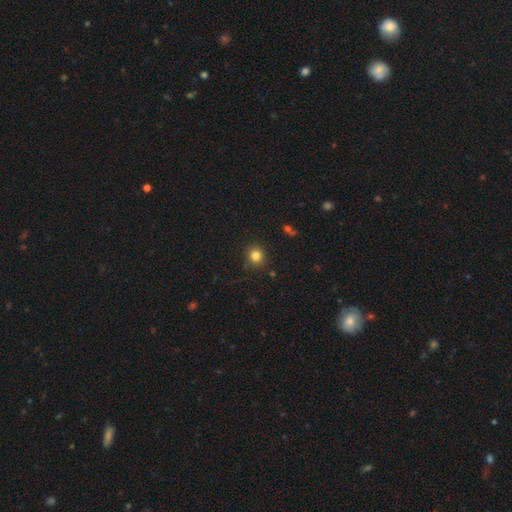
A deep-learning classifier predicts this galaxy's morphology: smooth-or-featured: smooth: 82% | star or artifact: 12% | featured or disk: 6%
  how-rounded: round: 86% | in between: 13% | cigar-shaped: 1%
  merging: none: 88% | minor disturbance: 8% | major disturbance: 2% | merger: 2%